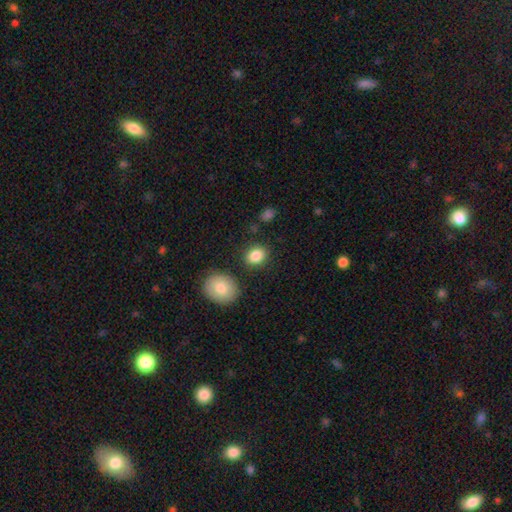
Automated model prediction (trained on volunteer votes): Overall: smooth (86%). How rounded: round (52%; in between 47%). Merging: none (84%).